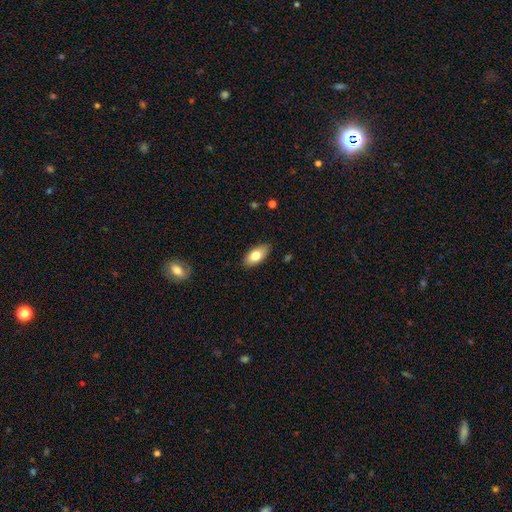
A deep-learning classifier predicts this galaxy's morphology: Overall: smooth (78%). How rounded: in between (91%). Merging: none (87%).